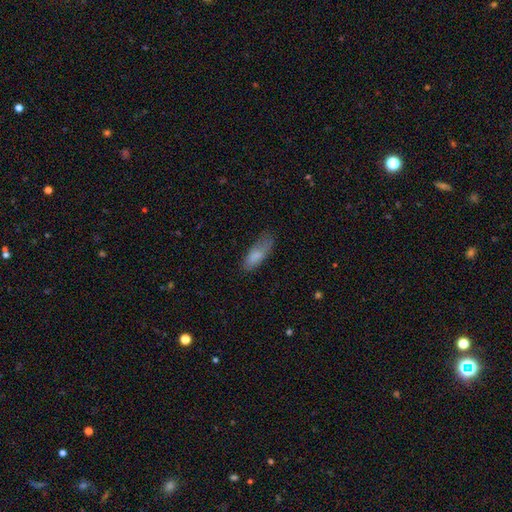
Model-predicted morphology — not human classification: Q: Smooth or featured?
A: smooth (80%); runner-up: featured or disk (12%)
Q: How rounded?
A: in between (69%); runner-up: cigar-shaped (29%)
Q: Merging?
A: none (53%); runner-up: minor disturbance (32%)